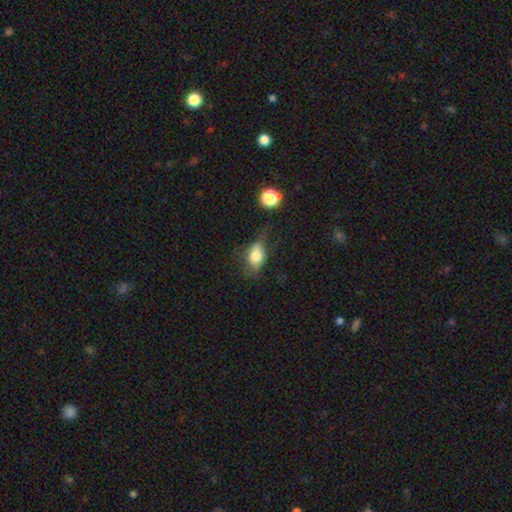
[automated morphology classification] A smooth galaxy with no disk features (72%) that is in between round and cigar-shaped (80%). Merging: none (47%).